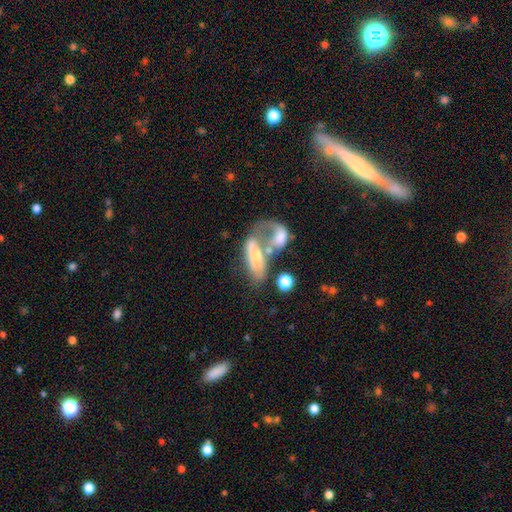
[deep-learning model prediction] This appears to be a featured or disk galaxy (50%). Merging: merger (63%).